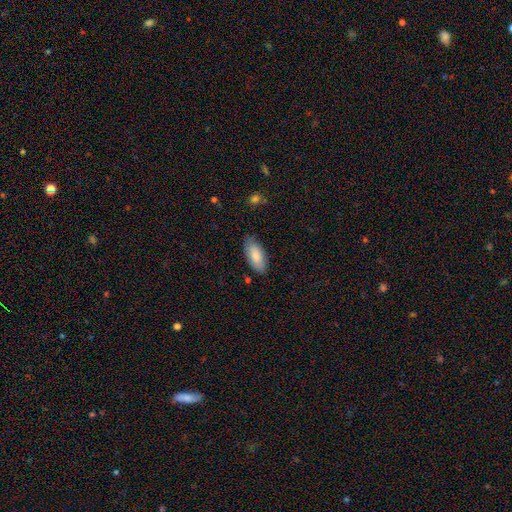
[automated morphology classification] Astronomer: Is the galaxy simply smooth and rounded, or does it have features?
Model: smooth — 84%.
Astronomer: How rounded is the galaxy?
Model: in between — 87%.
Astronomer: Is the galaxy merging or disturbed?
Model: none — 82%.